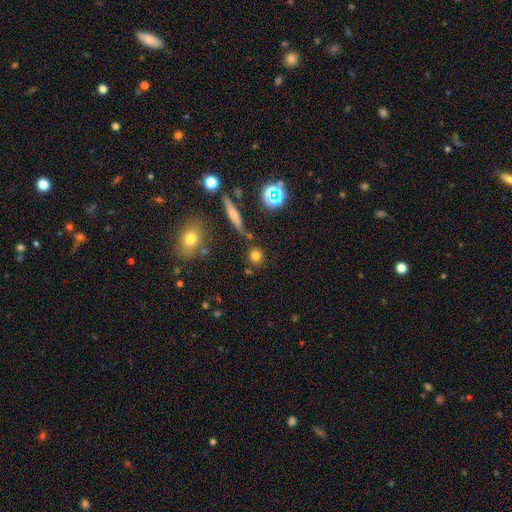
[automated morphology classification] Q: Smooth or featured?
A: smooth (74%); runner-up: star or artifact (16%)
Q: How rounded?
A: round (88%); runner-up: in between (9%)
Q: Merging?
A: none (79%); runner-up: minor disturbance (9%)